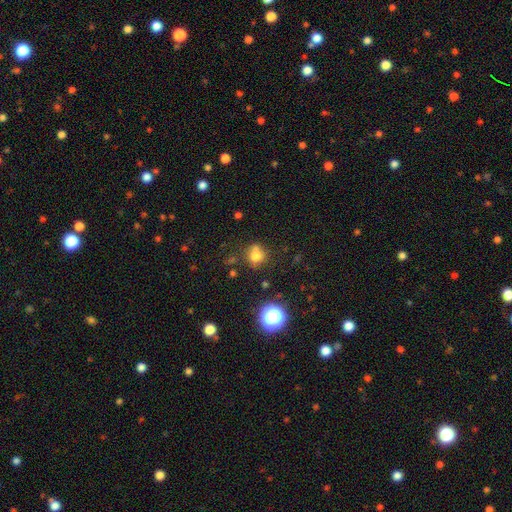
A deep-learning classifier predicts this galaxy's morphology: Smooth or featured? smooth (71%)
How rounded? round (77%)
Merging? none (58%)